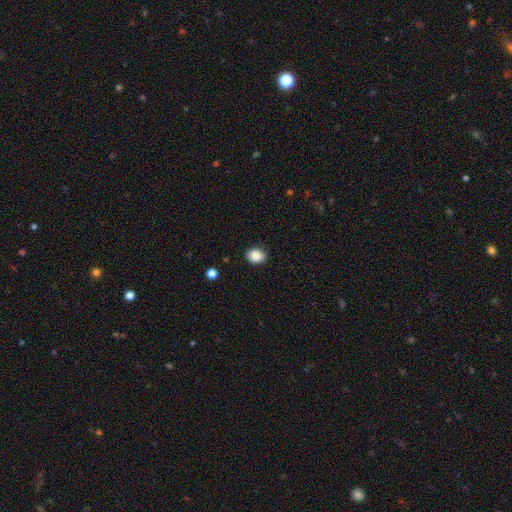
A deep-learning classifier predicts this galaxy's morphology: smooth 88%, star or artifact 9%, featured or disk 3%. Down the decision tree: how rounded — round (51%); merging — none (88%).